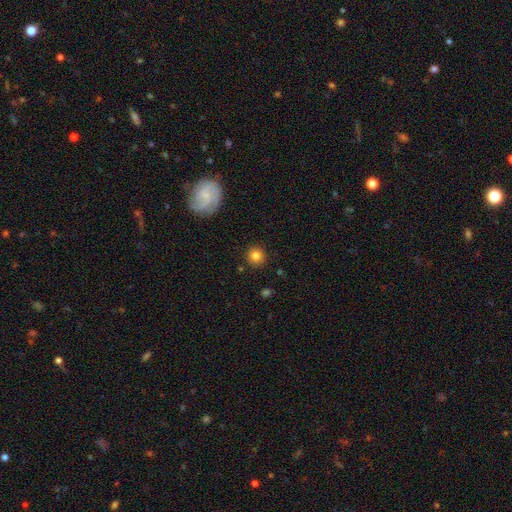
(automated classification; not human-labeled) A smooth galaxy with no disk features (83%) that is round (93%).

Vote fractions:
- Smooth or featured? smooth: 83% / star or artifact: 11% / featured or disk: 7%
- How rounded? round: 93% / in between: 6% / cigar-shaped: 1%
- Merging? none: 90% / minor disturbance: 6% / major disturbance: 2% / merger: 2%